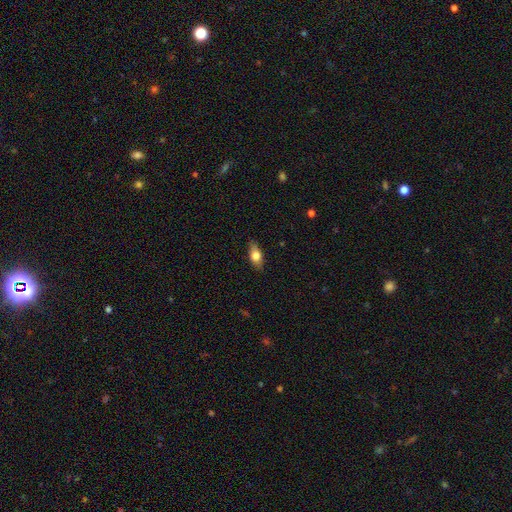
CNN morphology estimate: Overall: smooth (70%). How rounded: in between (78%). Merging: none (83%).